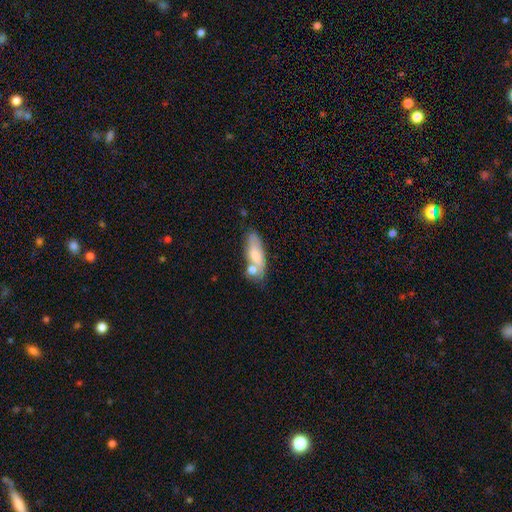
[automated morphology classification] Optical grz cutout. It shows a smooth galaxy with no disk features (66%) that is in between round and cigar-shaped (66%). Merging: none (54%).